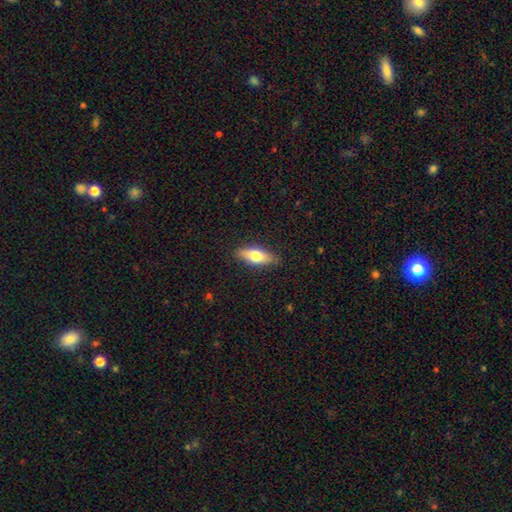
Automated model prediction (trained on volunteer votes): smooth-or-featured: smooth: 67% | featured or disk: 27% | star or artifact: 6%
  how-rounded: in between: 70% | cigar-shaped: 27% | round: 3%
  merging: none: 86% | minor disturbance: 11% | major disturbance: 2% | merger: 1%